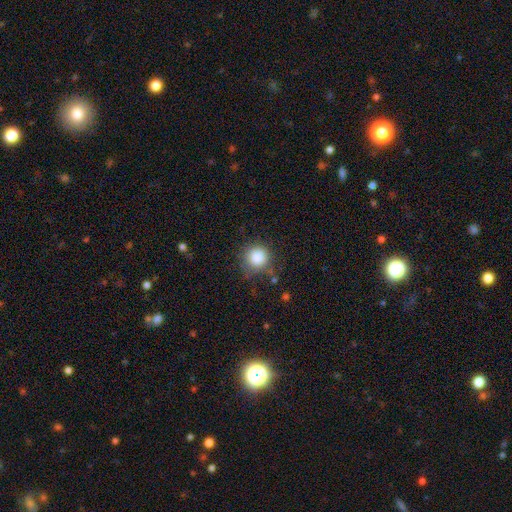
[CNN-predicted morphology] type=smooth (86%); roundness=round (92%); merging=none (74%).